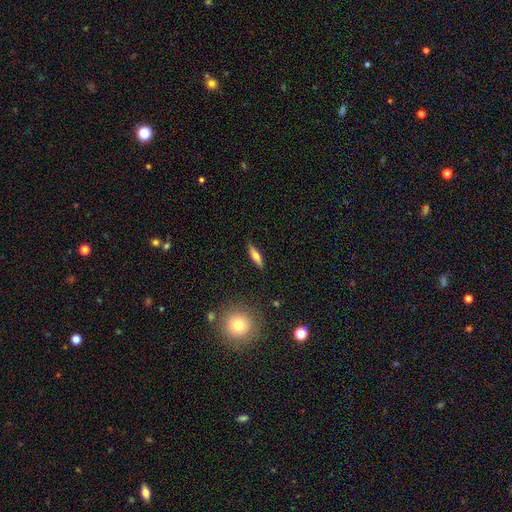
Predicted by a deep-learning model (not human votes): Overall: smooth (60%; featured or disk 33%). How rounded: cigar-shaped (68%; in between 29%). Merging: none (85%).